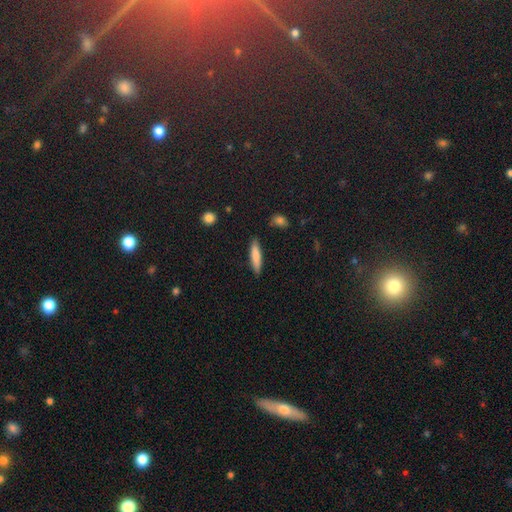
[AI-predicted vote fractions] This is likely a smooth galaxy (79%). How rounded: clearly cigar-shaped (83%). Merging: clearly none (86%).